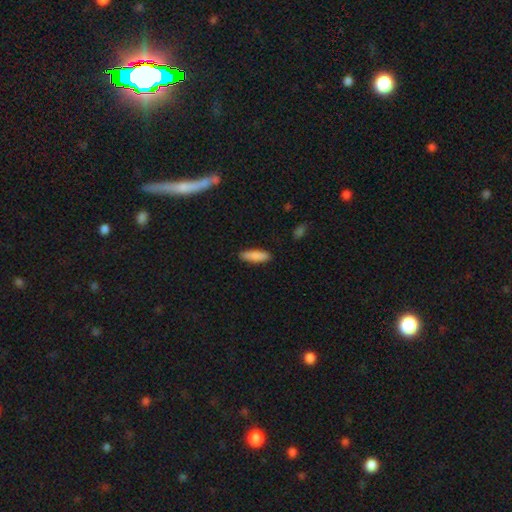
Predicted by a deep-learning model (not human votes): Morphology: type=smooth (87%); roundness=cigar-shaped (55%); merging=none (87%).